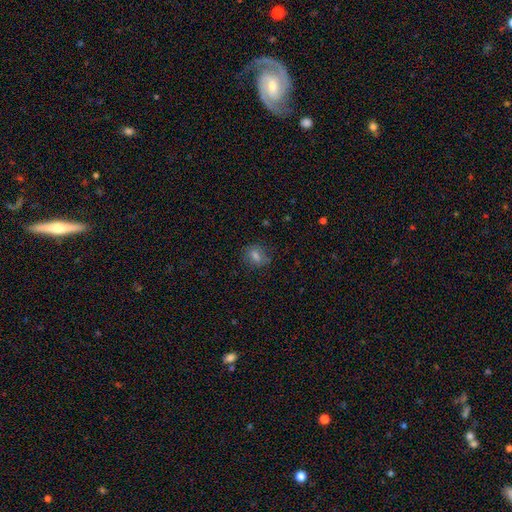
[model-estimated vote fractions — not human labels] A smooth galaxy with no disk features (70%) that is round (65%).

Vote fractions:
- Smooth or featured? smooth: 70% / star or artifact: 19% / featured or disk: 11%
- How rounded? round: 65% / in between: 33% / cigar-shaped: 2%
- Merging? none: 81% / minor disturbance: 13% / major disturbance: 4% / merger: 2%